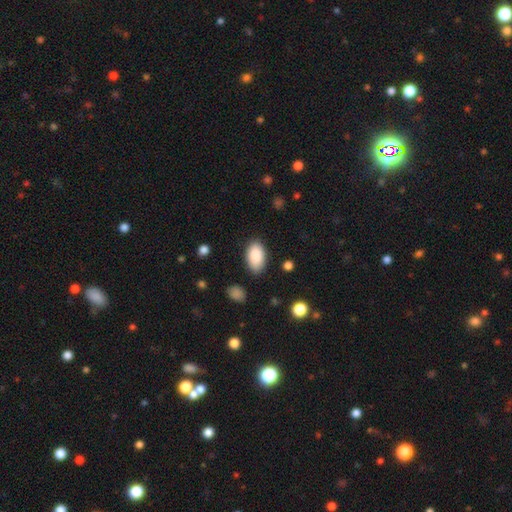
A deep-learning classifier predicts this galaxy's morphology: The model was most divided on "merging": none: 85%, minor disturbance: 11%, major disturbance: 3%, merger: 2%. More confident: how rounded — in between (95%); smooth or featured — smooth (89%).